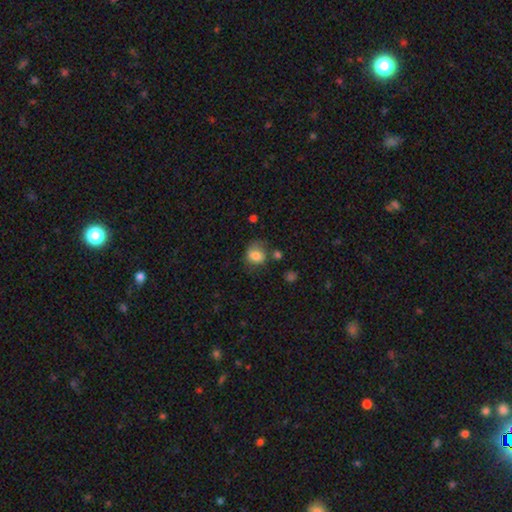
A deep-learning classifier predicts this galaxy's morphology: smooth 79%, featured or disk 11%, star or artifact 10%. Down the decision tree: how rounded — round (55%); merging — none (53%).